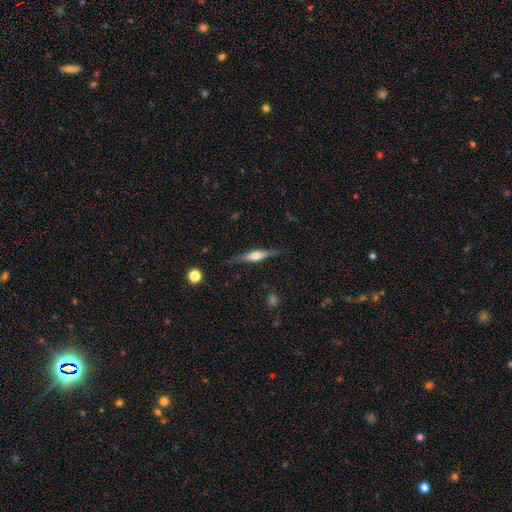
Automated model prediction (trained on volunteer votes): Q: Smooth or featured?
A: featured or disk (66%); runner-up: smooth (28%)
Q: Edge-on disk?
A: yes (96%); runner-up: no (4%)
Q: Edge-on bulge?
A: rounded (84%); runner-up: boxy (11%)
Q: Merging?
A: none (84%); runner-up: minor disturbance (12%)